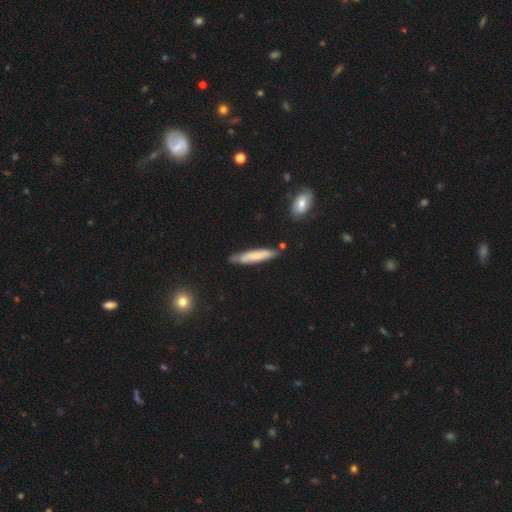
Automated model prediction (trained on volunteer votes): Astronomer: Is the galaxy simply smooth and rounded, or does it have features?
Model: smooth — 65%.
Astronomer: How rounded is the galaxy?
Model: cigar-shaped — 88%.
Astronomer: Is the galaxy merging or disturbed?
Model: none — 69%.